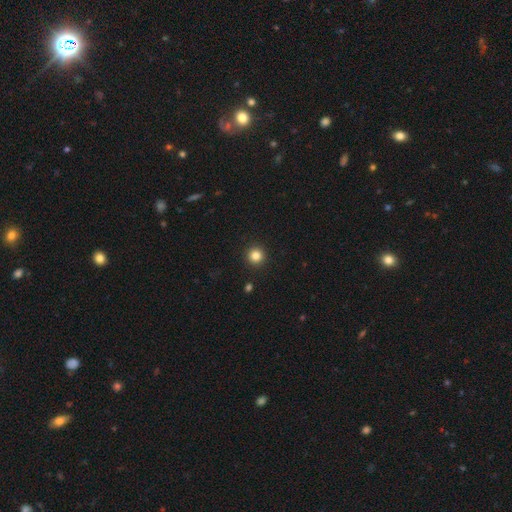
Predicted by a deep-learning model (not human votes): This is clearly a smooth galaxy (83%). How rounded: clearly round (95%). Merging: clearly none (93%).